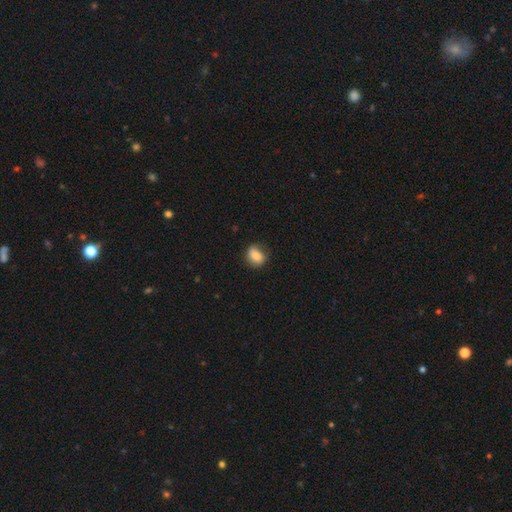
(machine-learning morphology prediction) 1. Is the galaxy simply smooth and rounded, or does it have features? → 79% smooth, 13% featured or disk, 8% star or artifact.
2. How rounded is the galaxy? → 50% in between, 49% round, 1% cigar-shaped.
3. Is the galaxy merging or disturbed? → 76% none, 18% minor disturbance, 5% major disturbance, 1% merger.